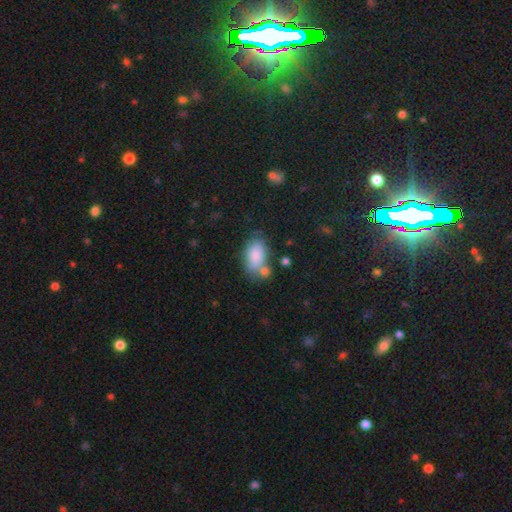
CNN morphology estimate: Smooth or featured? Predicted: smooth (p=0.83). How rounded? Predicted: in between (p=0.91). Merging? Predicted: none (p=0.50).